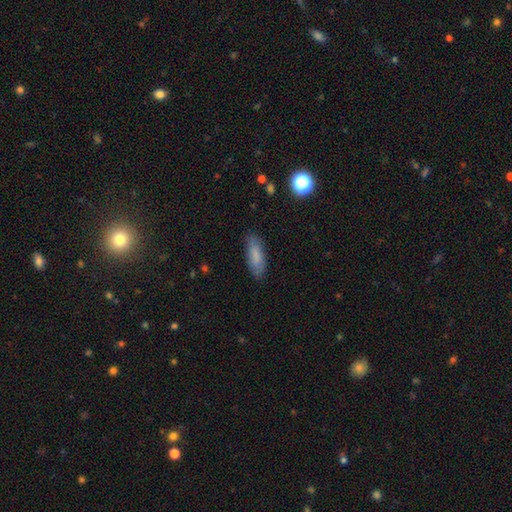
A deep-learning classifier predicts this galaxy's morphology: A smooth galaxy with no disk features (81%) that is in between round and cigar-shaped (62%). Merging: none (83%).